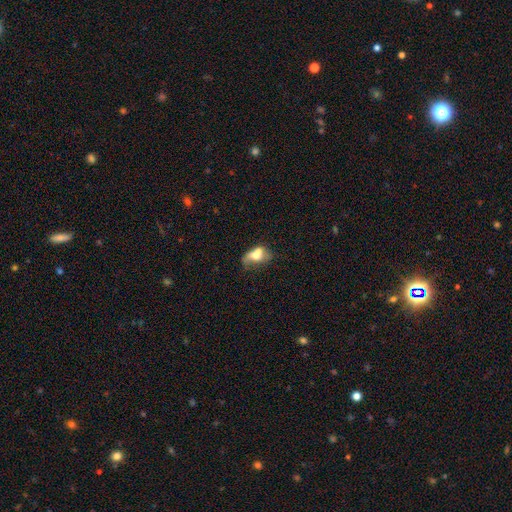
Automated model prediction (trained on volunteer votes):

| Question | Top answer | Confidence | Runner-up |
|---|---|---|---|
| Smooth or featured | smooth | 57% | featured or disk (33%) |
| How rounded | in between | 77% | round (20%) |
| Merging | merger | 43% | none (22%) |